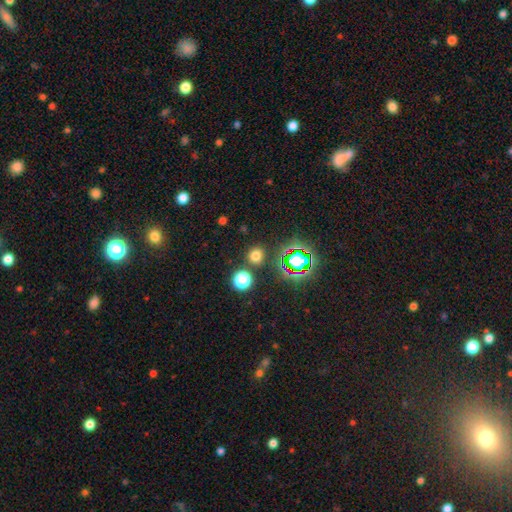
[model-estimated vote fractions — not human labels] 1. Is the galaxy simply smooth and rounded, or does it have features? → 66% smooth, 27% star or artifact, 6% featured or disk.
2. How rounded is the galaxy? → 85% round, 14% in between, 1% cigar-shaped.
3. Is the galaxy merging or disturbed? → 84% none, 7% minor disturbance, 6% merger, 3% major disturbance.